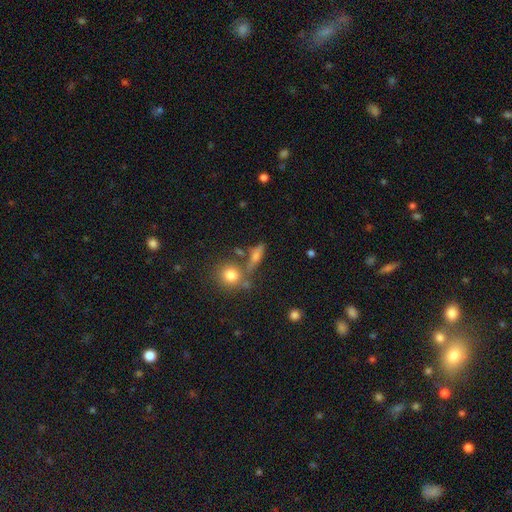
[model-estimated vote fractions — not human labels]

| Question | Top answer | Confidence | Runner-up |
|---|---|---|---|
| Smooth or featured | smooth | 55% | featured or disk (31%) |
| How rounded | cigar-shaped | 50% | in between (32%) |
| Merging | none | 66% | merger (14%) |